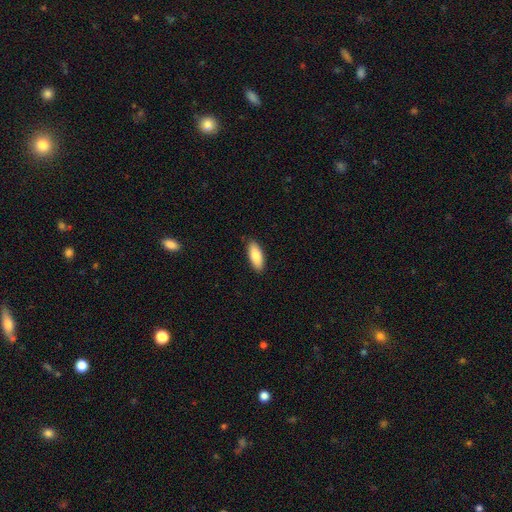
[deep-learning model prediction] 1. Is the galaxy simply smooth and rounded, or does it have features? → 86% smooth, 8% featured or disk, 6% star or artifact.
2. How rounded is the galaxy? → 77% in between, 21% cigar-shaped, 2% round.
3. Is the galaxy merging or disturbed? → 88% none, 9% minor disturbance, 2% major disturbance, 1% merger.